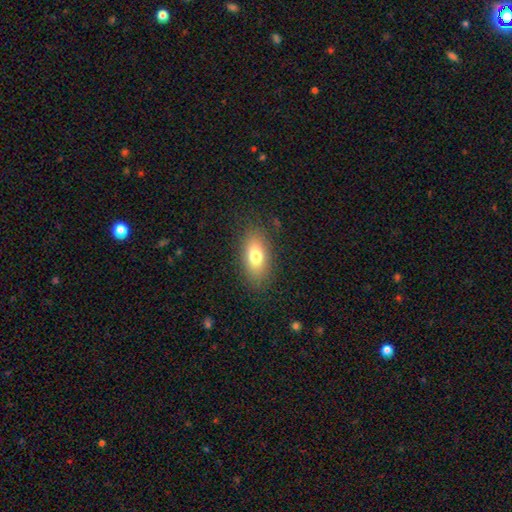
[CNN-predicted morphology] Q: Smooth or featured?
A: smooth (76%); runner-up: featured or disk (15%)
Q: How rounded?
A: in between (85%); runner-up: cigar-shaped (8%)
Q: Merging?
A: none (84%); runner-up: minor disturbance (11%)